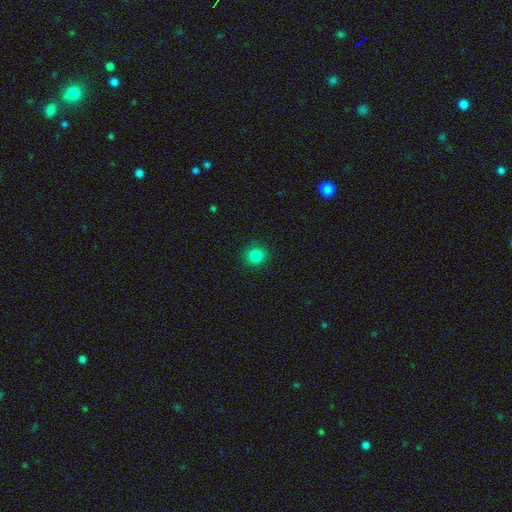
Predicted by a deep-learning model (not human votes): Morphology: type=smooth (84%); roundness=round (92%); merging=none (91%).